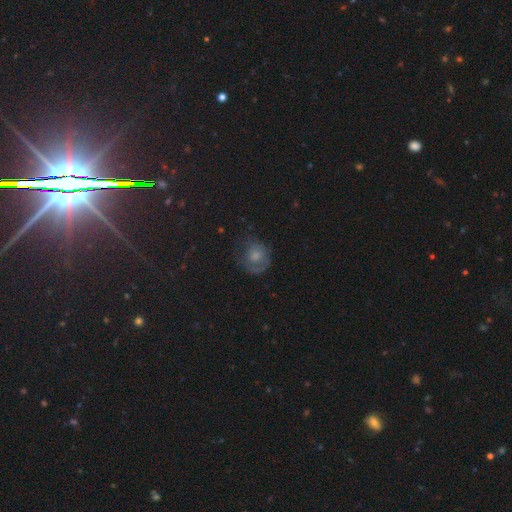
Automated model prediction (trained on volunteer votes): Morphology: type=smooth (54%); roundness=round (76%); merging=none (53%).